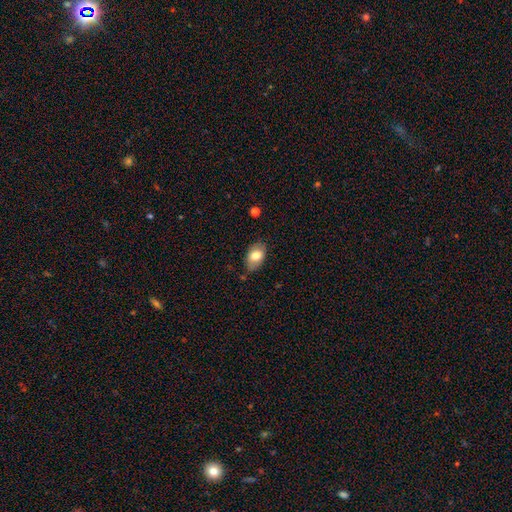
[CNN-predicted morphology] Smooth or featured?
  - smooth: 76% *
  - featured or disk: 17%
  - star or artifact: 7%
How rounded?
  - in between: 89% *
  - round: 9%
  - cigar-shaped: 1%
Merging?
  - none: 74% *
  - minor disturbance: 20%
  - major disturbance: 3%
  - merger: 3%